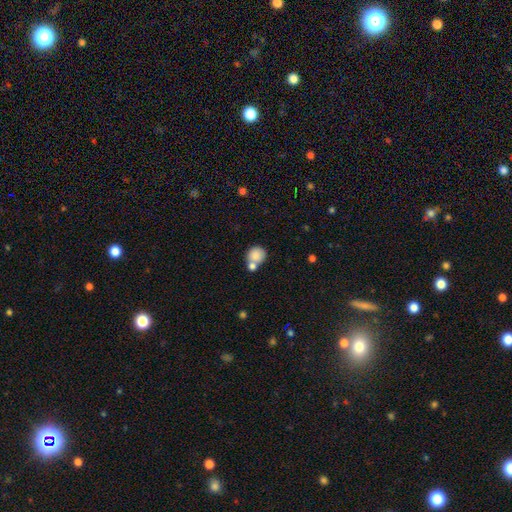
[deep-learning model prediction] Q: Smooth or featured?
A: smooth (82%); runner-up: featured or disk (10%)
Q: How rounded?
A: round (84%); runner-up: in between (15%)
Q: Merging?
A: none (46%); runner-up: merger (39%)